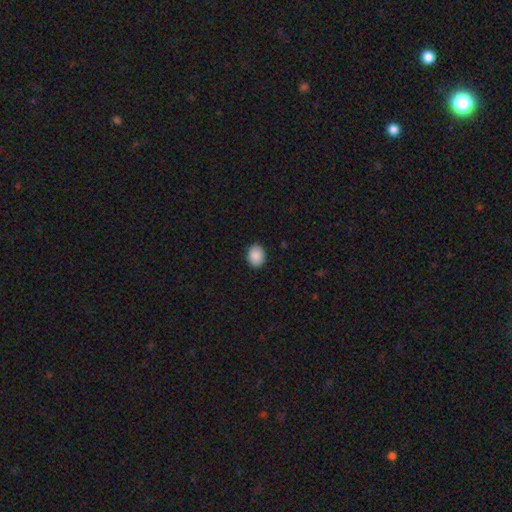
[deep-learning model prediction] smooth 89%, star or artifact 8%, featured or disk 3%. Down the decision tree: how rounded — round (50%); merging — none (90%).